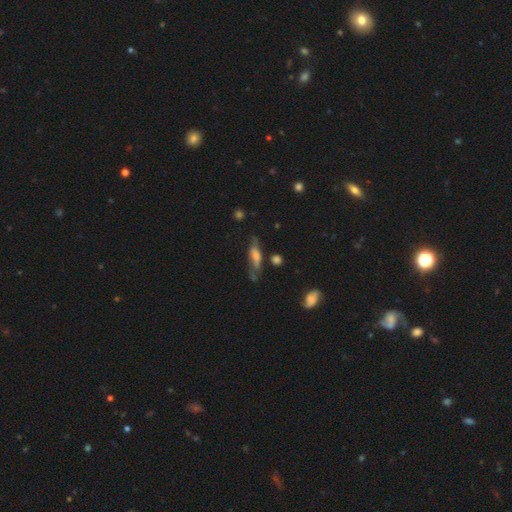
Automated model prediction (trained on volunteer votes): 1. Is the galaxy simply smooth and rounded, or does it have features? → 47% featured or disk, 42% smooth, 11% star or artifact.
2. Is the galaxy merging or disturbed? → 56% none, 26% minor disturbance, 14% major disturbance, 4% merger.